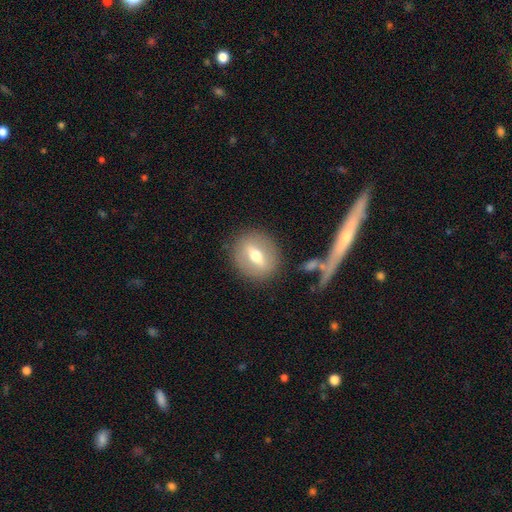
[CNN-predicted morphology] Smooth or featured? Predicted: smooth (p=0.47). Merging? Predicted: none (p=0.86).